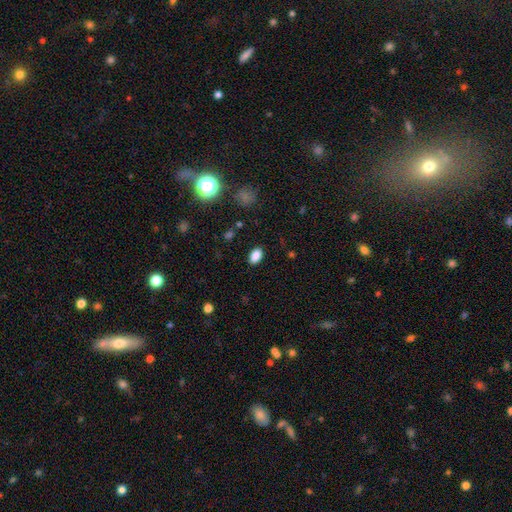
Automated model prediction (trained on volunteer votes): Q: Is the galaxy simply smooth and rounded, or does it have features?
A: smooth — 87%.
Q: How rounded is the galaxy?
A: in between — 89%.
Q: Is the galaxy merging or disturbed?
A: none — 87%.